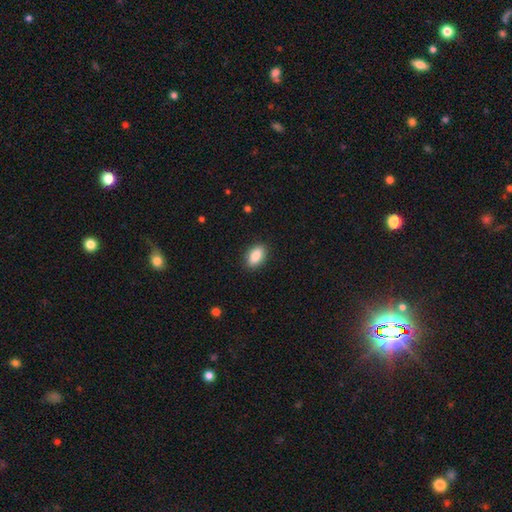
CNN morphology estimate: smooth 88%, star or artifact 7%, featured or disk 5%. Down the decision tree: how rounded — in between (91%); merging — none (89%).